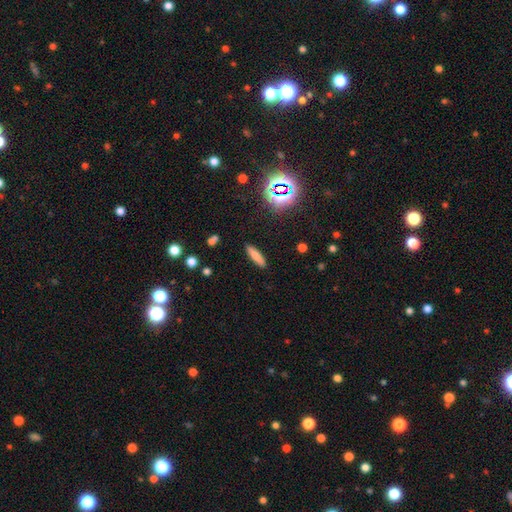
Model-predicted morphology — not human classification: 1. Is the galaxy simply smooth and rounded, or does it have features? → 77% smooth, 12% star or artifact, 11% featured or disk.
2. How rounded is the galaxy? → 74% cigar-shaped, 24% in between, 2% round.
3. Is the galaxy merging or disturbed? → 89% none, 7% minor disturbance, 2% major disturbance, 2% merger.